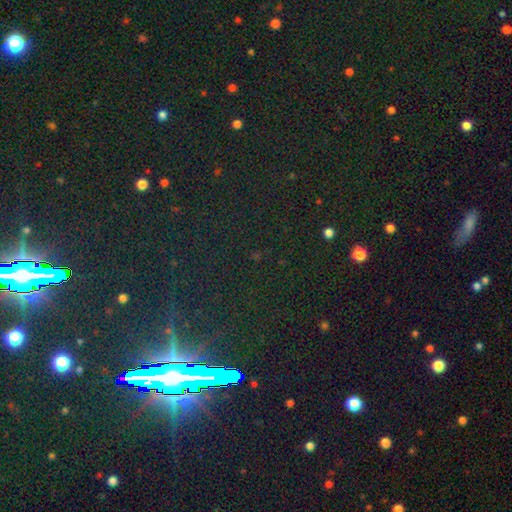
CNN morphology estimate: This is clearly a star or artifact rather than a galaxy (82%).